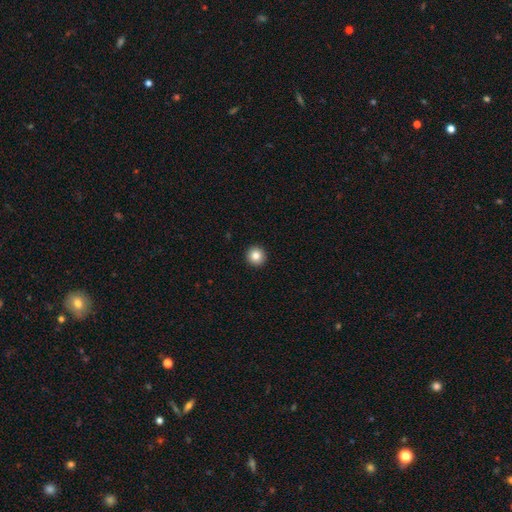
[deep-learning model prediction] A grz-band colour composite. It shows a smooth galaxy with no disk features (83%) that is round (95%). Merging: none (94%).